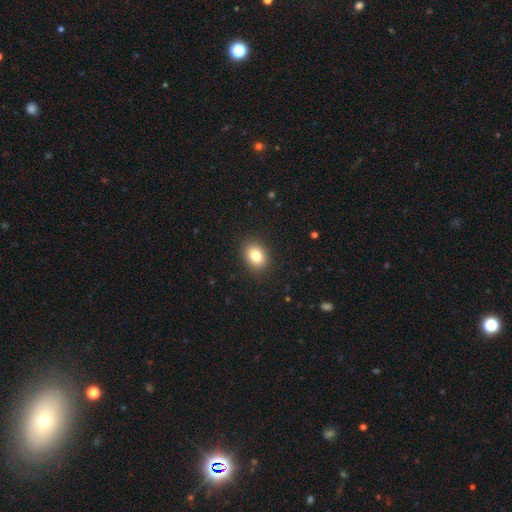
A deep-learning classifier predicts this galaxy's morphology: This appears to be a smooth galaxy with no disk features (81%) that is in between round and cigar-shaped (59%). Merging: none (90%).